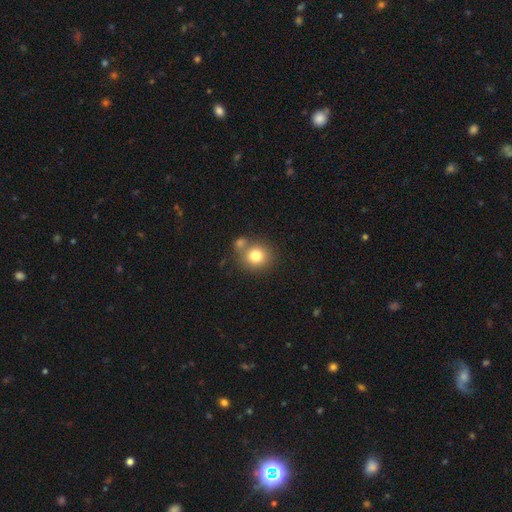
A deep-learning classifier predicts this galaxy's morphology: Smooth or featured? Predicted: smooth (p=0.79). How rounded? Predicted: round (p=0.85). Merging? Predicted: none (p=0.62).